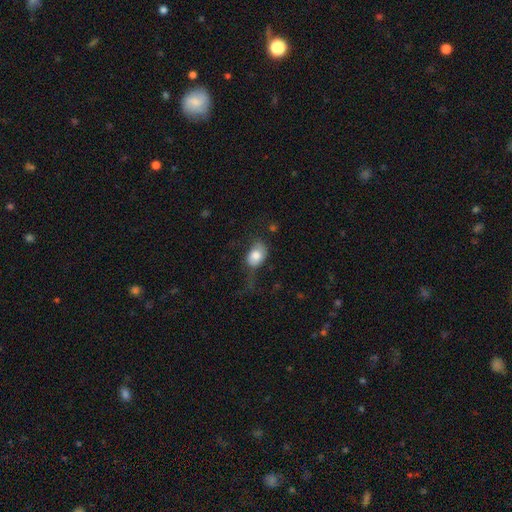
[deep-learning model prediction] Smooth or featured?
  - smooth: 75% *
  - featured or disk: 17%
  - star or artifact: 7%
How rounded?
  - in between: 77% *
  - round: 21%
  - cigar-shaped: 2%
Merging?
  - none: 42% *
  - minor disturbance: 29%
  - major disturbance: 27%
  - merger: 3%